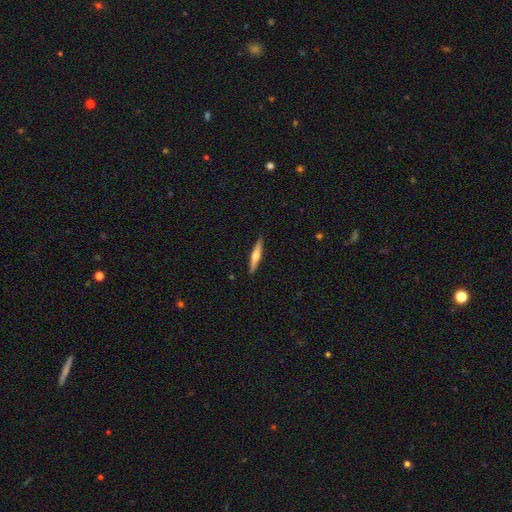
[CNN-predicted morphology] featured or disk 58%, smooth 37%, star or artifact 5%. Down the decision tree: edge-on disk — yes (96%); edge-on bulge — rounded (91%); merging — none (91%).